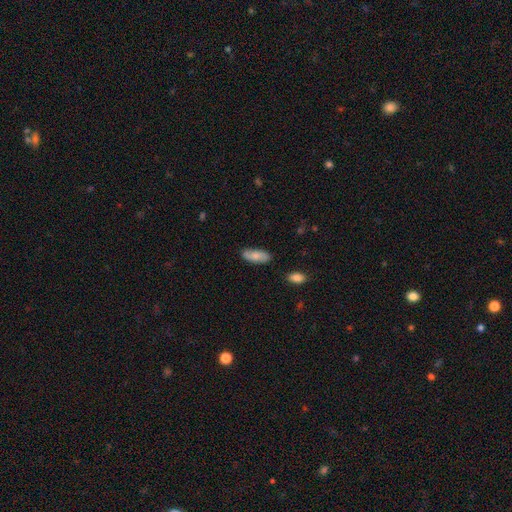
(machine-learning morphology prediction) The model was most divided on "smooth or featured": smooth: 72%, featured or disk: 22%, star or artifact: 6%. More confident: merging — none (80%); how rounded — in between (79%).